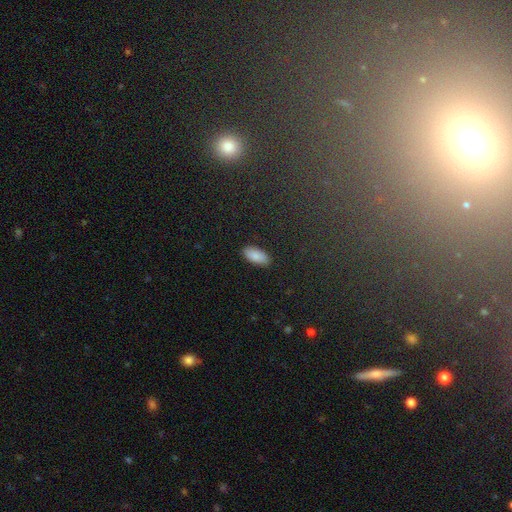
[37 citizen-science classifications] This is clearly a smooth galaxy (89%). How rounded: clearly in between (97%). Merging: clearly none (91%).